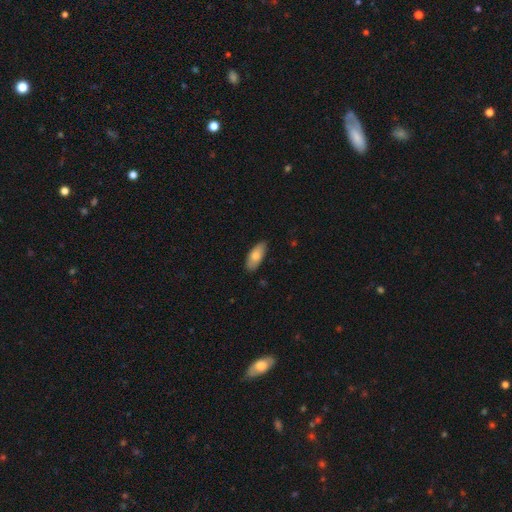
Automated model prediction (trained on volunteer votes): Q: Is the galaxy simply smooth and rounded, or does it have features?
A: smooth — 78%.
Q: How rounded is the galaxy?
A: in between — 85%.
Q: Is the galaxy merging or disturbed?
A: none — 86%.